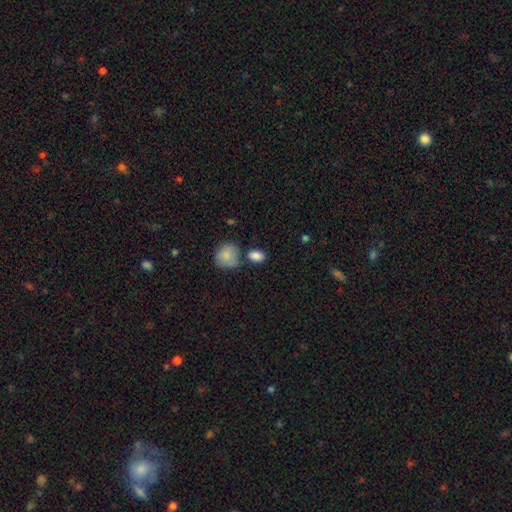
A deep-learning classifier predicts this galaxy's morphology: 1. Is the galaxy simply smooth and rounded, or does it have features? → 86% smooth, 8% star or artifact, 6% featured or disk.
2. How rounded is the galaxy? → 80% in between, 18% round, 2% cigar-shaped.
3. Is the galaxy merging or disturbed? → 65% none, 16% minor disturbance, 15% merger, 5% major disturbance.